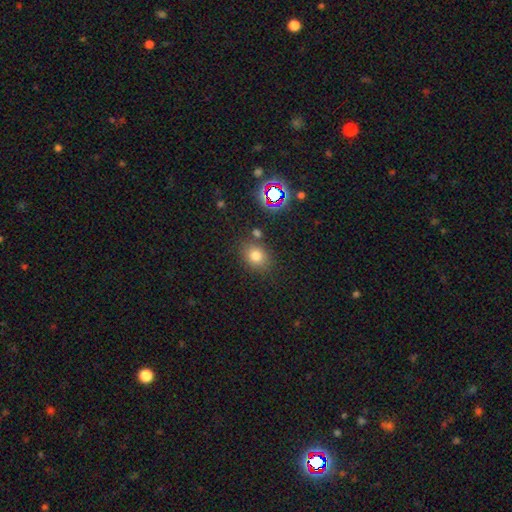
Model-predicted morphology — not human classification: type=smooth (74%); roundness=round (54%); merging=none (77%).